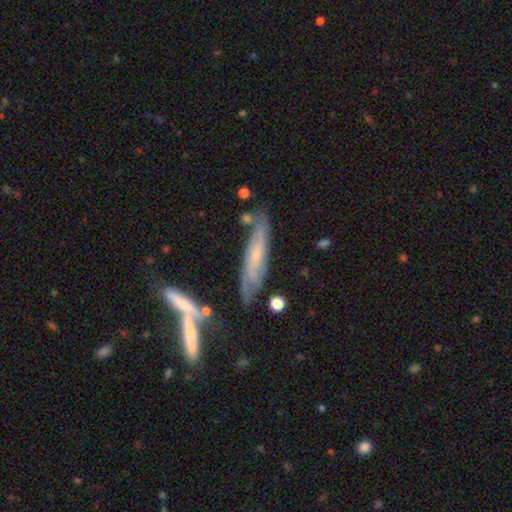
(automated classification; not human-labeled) Overall: featured or disk (57%; smooth 36%). Edge-on disk: no (53%; yes 47%). Merging: none (61%).